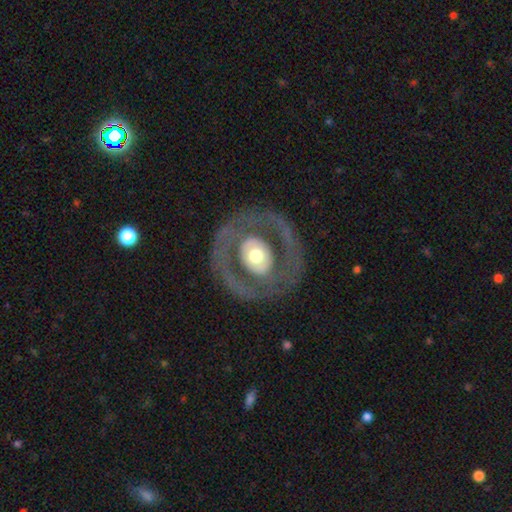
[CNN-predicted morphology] Overall: featured or disk (63%; smooth 32%). Edge-on disk: no (94%). Bar: no (82%). Spiral arms: no (74%). Bulge size: moderate (56%; large 32%). Merging: none (78%).